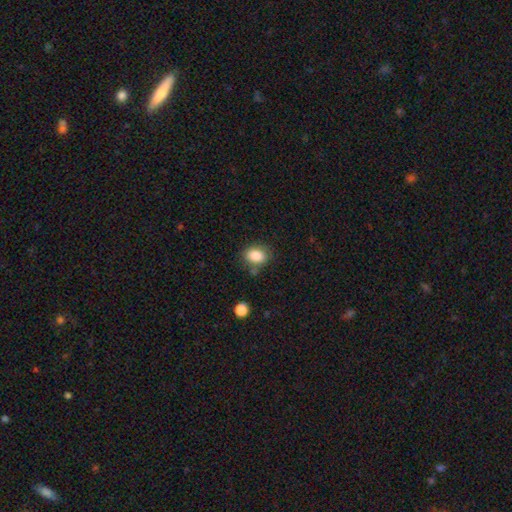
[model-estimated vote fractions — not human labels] A smooth galaxy with no disk features (86%) that is in between round and cigar-shaped (68%). Merging: none (74%).